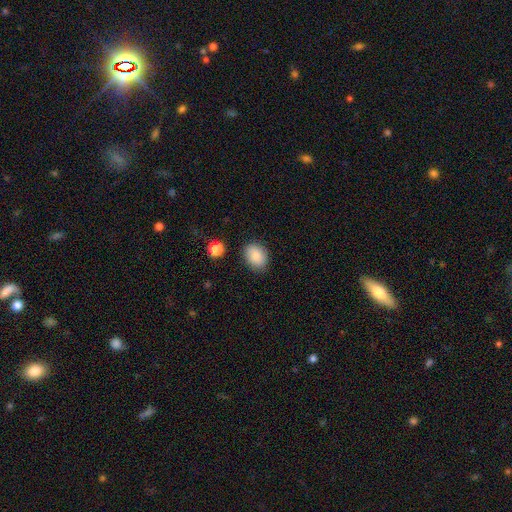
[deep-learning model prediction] The model was most divided on "how rounded": in between: 66%, round: 33%, cigar-shaped: 1%. More confident: smooth or featured — smooth (85%); merging — none (83%).